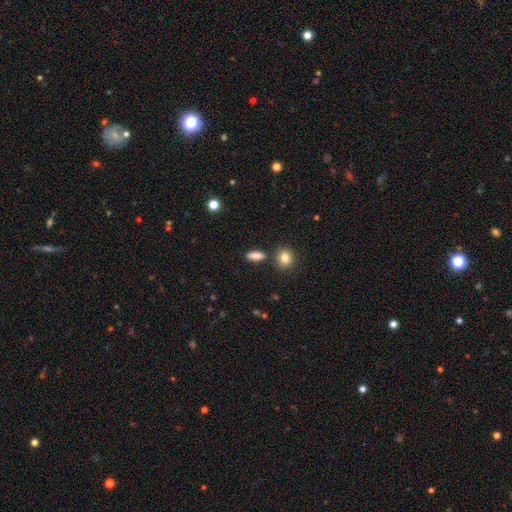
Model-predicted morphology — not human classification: The model was most divided on "how rounded": in between: 68%, cigar-shaped: 24%, round: 8%. More confident: smooth or featured — smooth (83%); merging — none (81%).